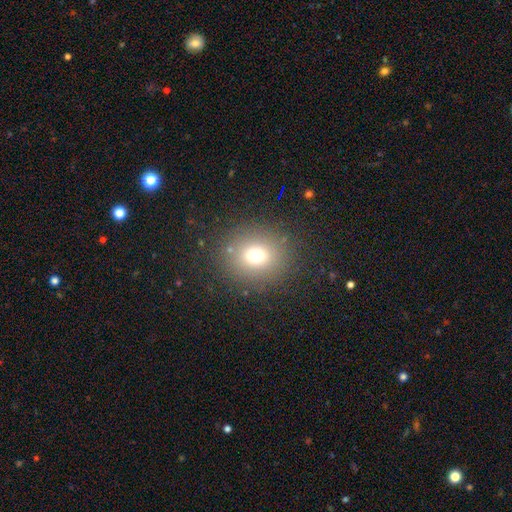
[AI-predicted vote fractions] A smooth galaxy with no disk features (71%) that is round (83%). Merging: none (87%).